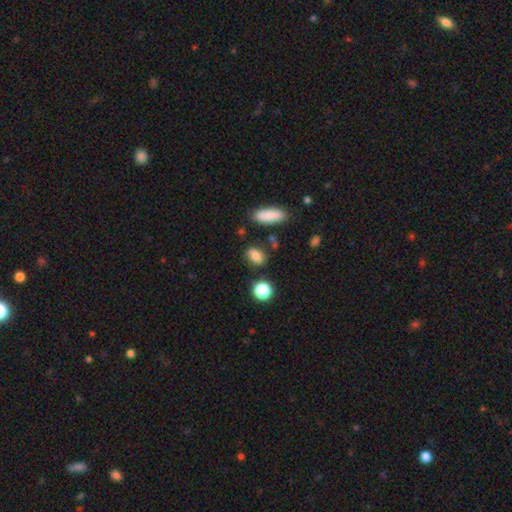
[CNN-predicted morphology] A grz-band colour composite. It shows a smooth galaxy with no disk features (76%) that is in between round and cigar-shaped (68%). Merging: none (72%).